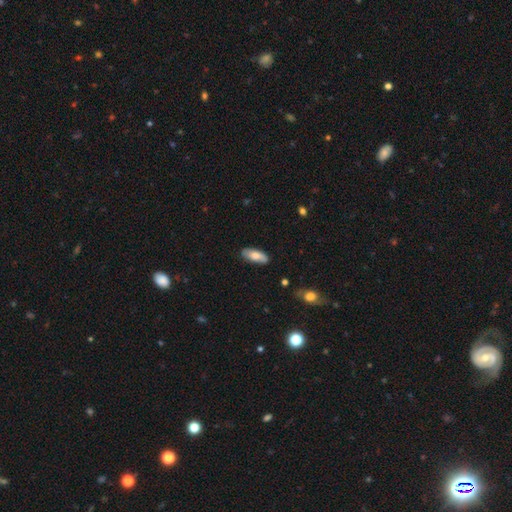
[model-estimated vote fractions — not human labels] Smooth or featured: smooth — 71% (featured or disk — 23%)
How rounded: in between — 79% (cigar-shaped — 18%)
Merging: none — 83% (minor disturbance — 14%)